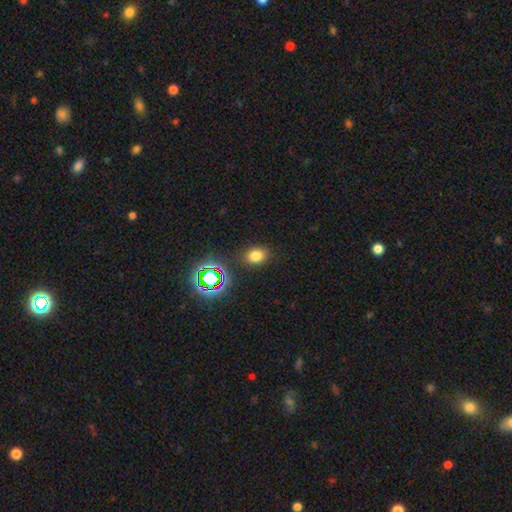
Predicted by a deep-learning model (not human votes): Overall: smooth (73%). How rounded: in between (64%; round 35%). Merging: none (83%).